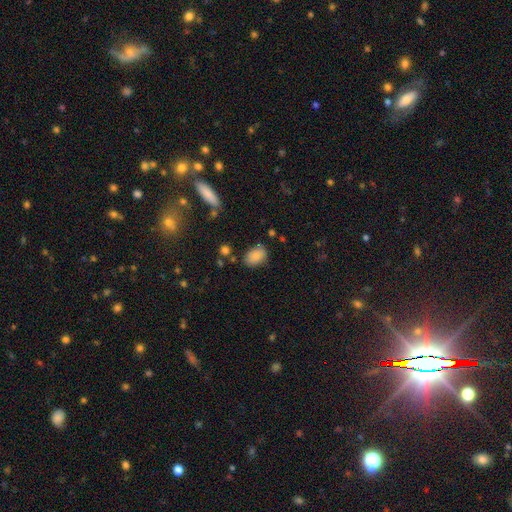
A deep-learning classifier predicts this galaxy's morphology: Smooth or featured: smooth — 86% (star or artifact — 9%)
How rounded: in between — 85% (round — 14%)
Merging: none — 75% (minor disturbance — 17%)